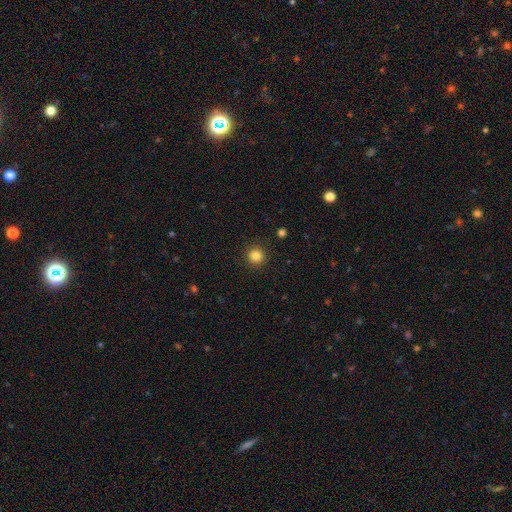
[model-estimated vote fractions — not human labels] A smooth galaxy with no disk features (84%) that is round (95%). Merging: none (92%).